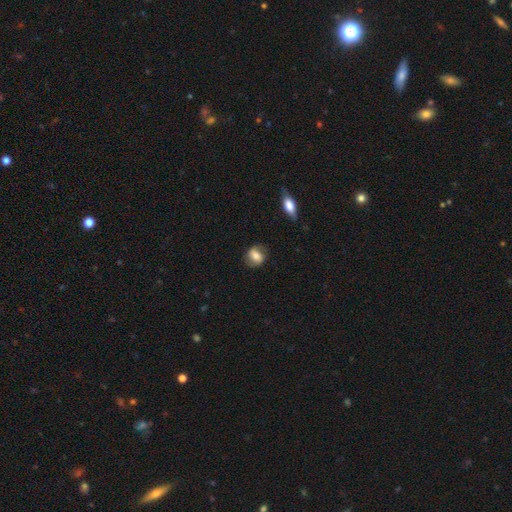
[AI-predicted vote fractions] A smooth galaxy with no disk features (62%) that is round (51%).

Vote fractions:
- Smooth or featured? smooth: 62% / featured or disk: 29% / star or artifact: 8%
- How rounded? round: 51% / in between: 47% / cigar-shaped: 2%
- Merging? none: 78% / minor disturbance: 16% / major disturbance: 5% / merger: 1%